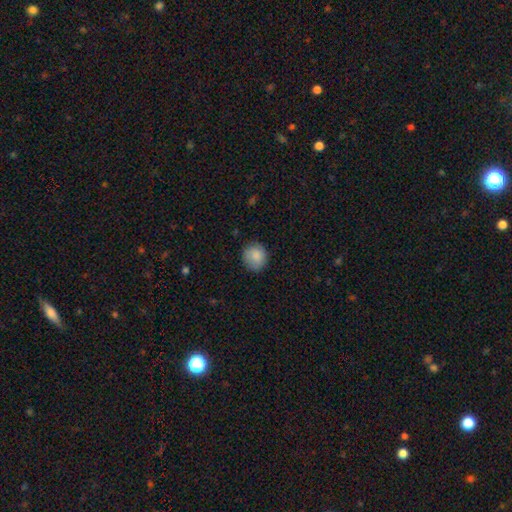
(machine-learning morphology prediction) smooth_or_featured: smooth (p=0.86) [alt: star or artifact p=0.08]
how_rounded: round (p=0.87) [alt: in between p=0.12]
merging: none (p=0.83) [alt: minor disturbance p=0.13]